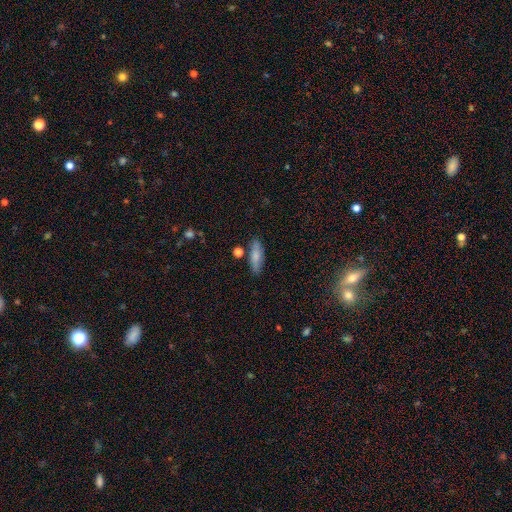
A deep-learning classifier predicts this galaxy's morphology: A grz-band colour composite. It shows a smooth galaxy with no disk features (78%) that is in between round and cigar-shaped (51%). Merging: none (80%).